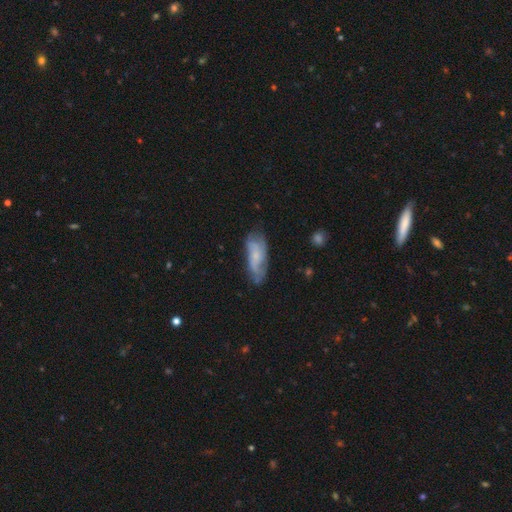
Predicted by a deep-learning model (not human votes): featured or disk 55%, smooth 38%, star or artifact 7%. Down the decision tree: edge-on disk — no (89%); merging — none (62%).